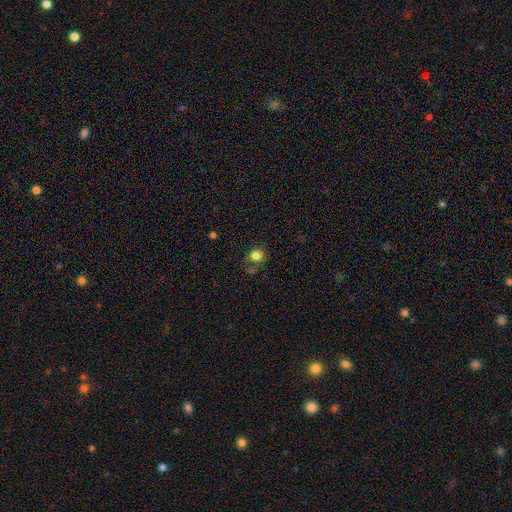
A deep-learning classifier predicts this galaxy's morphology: smooth 80%, star or artifact 11%, featured or disk 9%. Down the decision tree: how rounded — round (76%); merging — none (58%).